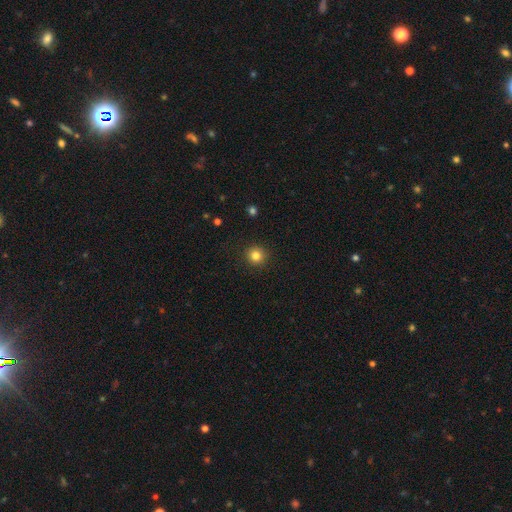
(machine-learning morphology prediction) type=smooth (83%); roundness=round (94%); merging=none (92%).